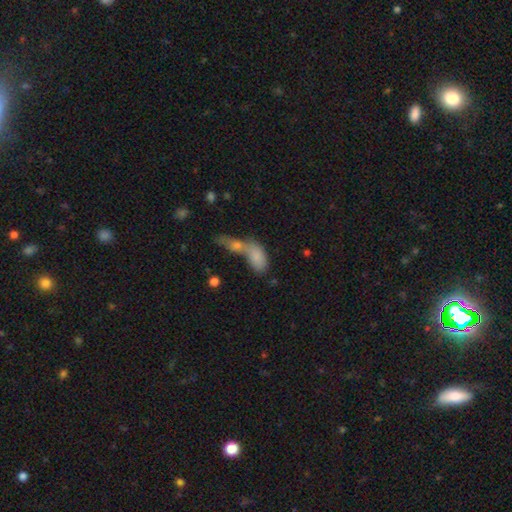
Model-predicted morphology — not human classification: Smooth or featured? smooth (79%)
How rounded? in between (85%)
Merging? merger (61%)